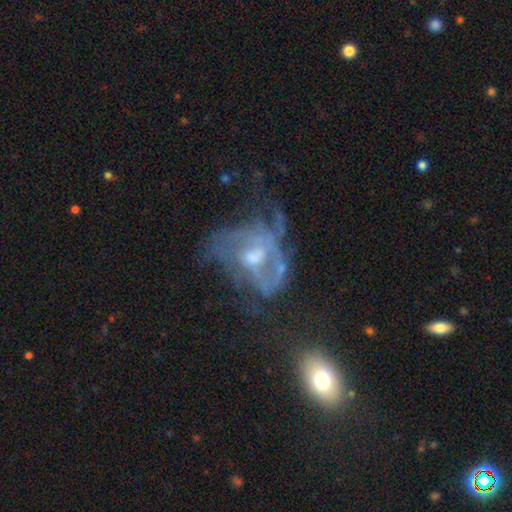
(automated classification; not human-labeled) Q: Smooth or featured?
A: featured or disk (76%); runner-up: smooth (14%)
Q: Edge-on disk?
A: no (97%); runner-up: yes (3%)
Q: Bar?
A: no (59%); runner-up: weak (34%)
Q: Spiral arms?
A: yes (59%); runner-up: no (41%)
Q: Bulge size?
A: moderate (54%); runner-up: small (33%)
Q: Merging?
A: major disturbance (44%); runner-up: none (29%)